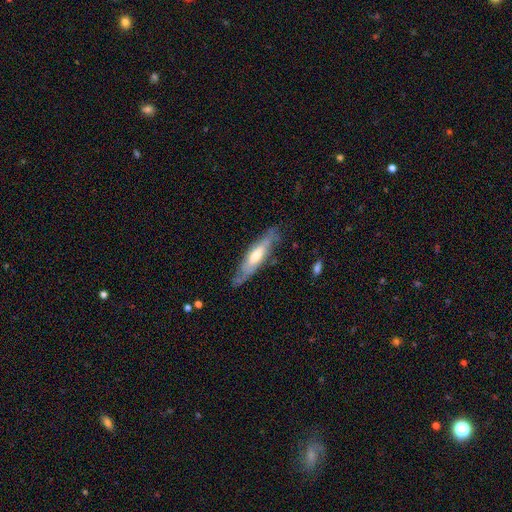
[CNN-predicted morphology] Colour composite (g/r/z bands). It shows a featured or disk galaxy (56%) viewed edge-on (58%). Merging: none (72%).